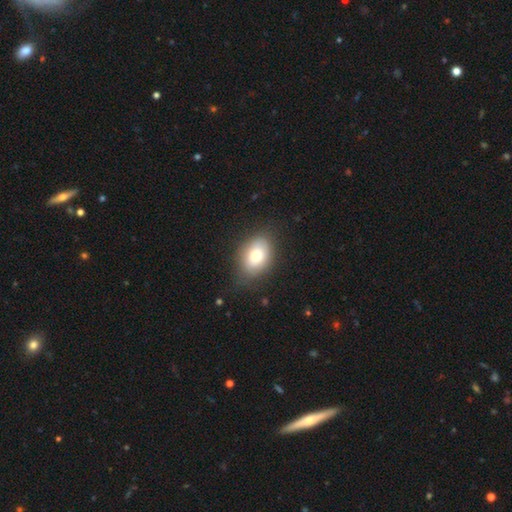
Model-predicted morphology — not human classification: smooth 76%, featured or disk 15%, star or artifact 9%. Down the decision tree: how rounded — in between (75%); merging — none (78%).